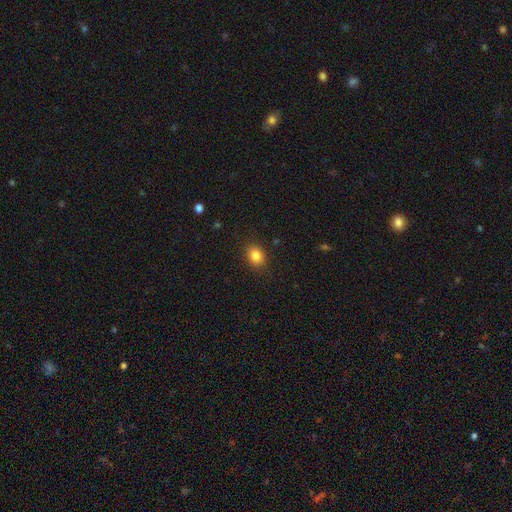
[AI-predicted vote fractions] This is clearly a smooth galaxy (84%). How rounded: possibly in between (56%). Merging: clearly none (87%).